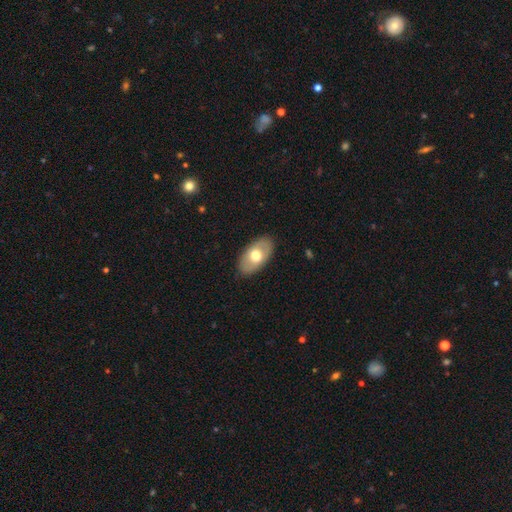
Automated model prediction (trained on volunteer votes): Smooth or featured? Predicted: smooth (p=0.60). How rounded? Predicted: in between (p=0.93). Merging? Predicted: none (p=0.85).